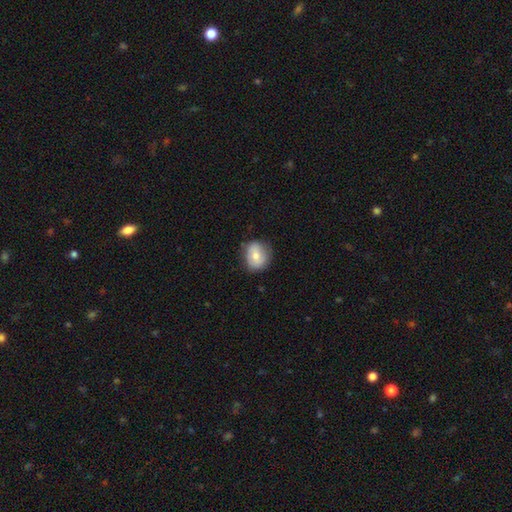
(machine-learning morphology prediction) Smooth or featured: smooth — 72% (featured or disk — 21%)
How rounded: round — 67% (in between — 32%)
Merging: none — 75% (minor disturbance — 19%)